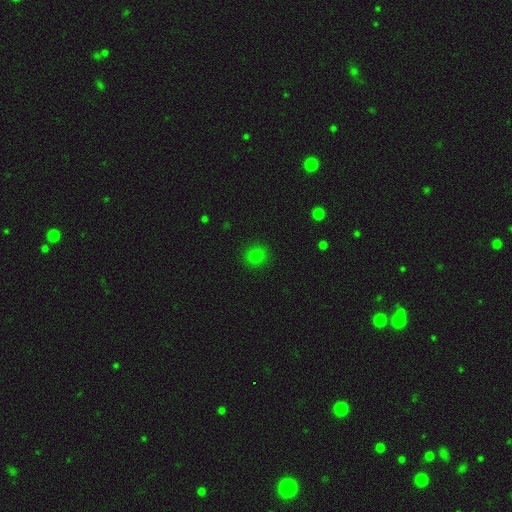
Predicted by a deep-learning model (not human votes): smooth-or-featured: smooth: 79% | star or artifact: 16% | featured or disk: 5%
  how-rounded: round: 86% | in between: 13% | cigar-shaped: 1%
  merging: none: 90% | minor disturbance: 7% | major disturbance: 2% | merger: 1%